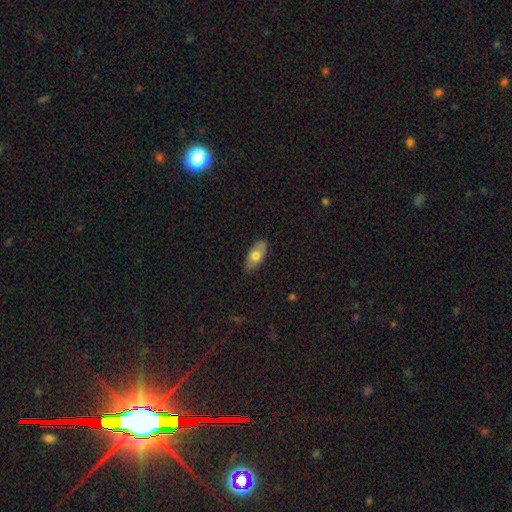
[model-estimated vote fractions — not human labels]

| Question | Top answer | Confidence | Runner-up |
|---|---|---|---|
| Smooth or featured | smooth | 69% | featured or disk (25%) |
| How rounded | in between | 91% | cigar-shaped (6%) |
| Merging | none | 82% | minor disturbance (15%) |